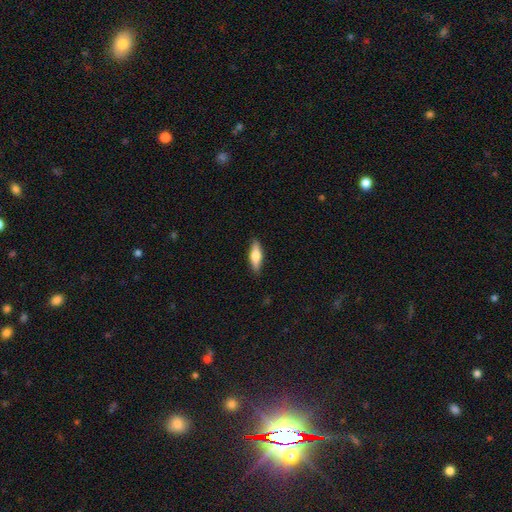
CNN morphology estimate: smooth-or-featured: smooth: 60% | featured or disk: 34% | star or artifact: 6%
  how-rounded: cigar-shaped: 51% | in between: 46% | round: 2%
  merging: none: 88% | minor disturbance: 9% | major disturbance: 2% | merger: 1%